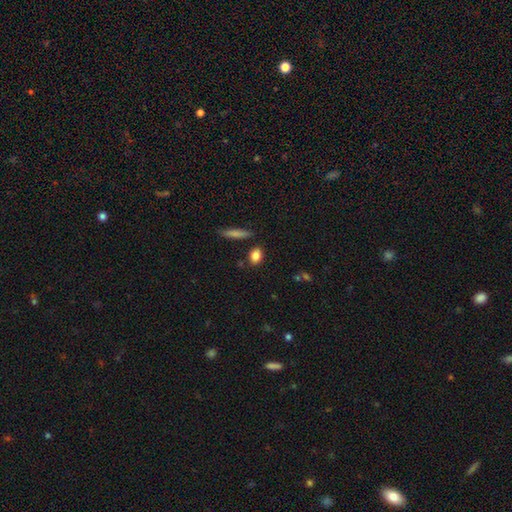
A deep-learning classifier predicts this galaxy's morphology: This is clearly a smooth galaxy (85%). How rounded: likely in between (67%). Merging: clearly none (84%).